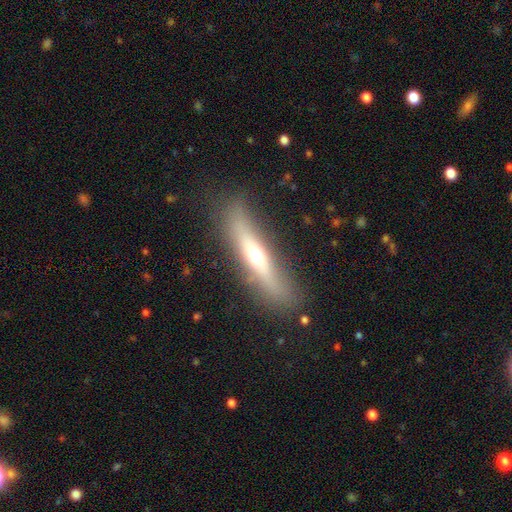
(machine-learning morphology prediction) Q: Smooth or featured?
A: featured or disk (52%); runner-up: smooth (41%)
Q: Edge-on disk?
A: yes (80%); runner-up: no (20%)
Q: Merging?
A: none (83%); runner-up: minor disturbance (11%)